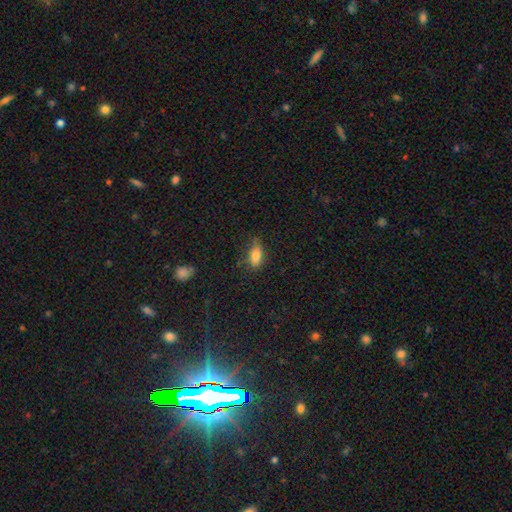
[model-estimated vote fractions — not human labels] smooth_or_featured: smooth (p=0.82) [alt: star or artifact p=0.09]
how_rounded: in between (p=0.86) [alt: cigar-shaped p=0.09]
merging: none (p=0.62) [alt: minor disturbance p=0.28]